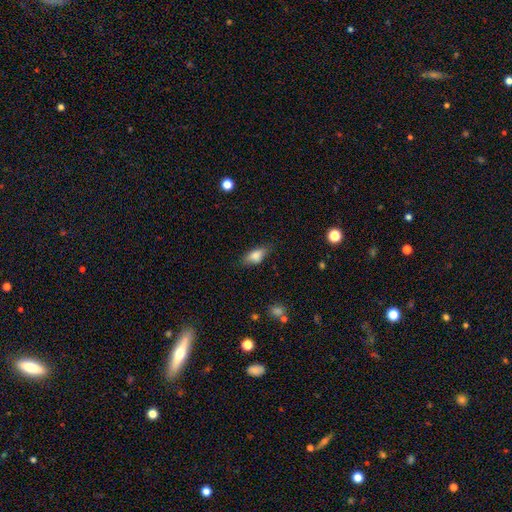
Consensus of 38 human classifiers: A smooth galaxy with no disk features (79%) that is in between round and cigar-shaped (77%). Merging: none (65%).